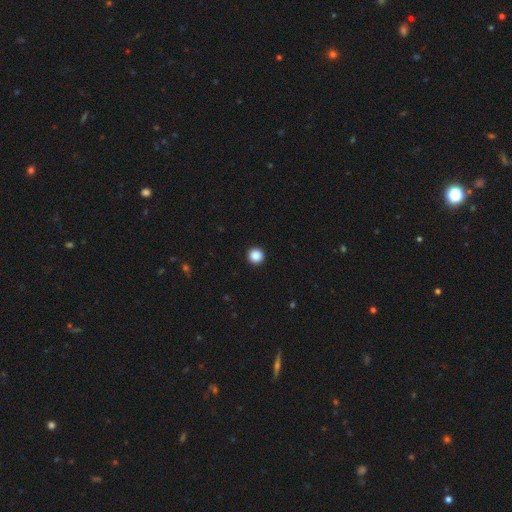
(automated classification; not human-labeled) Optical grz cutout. It shows a smooth galaxy with no disk features (88%) that is round (97%). Merging: none (94%).